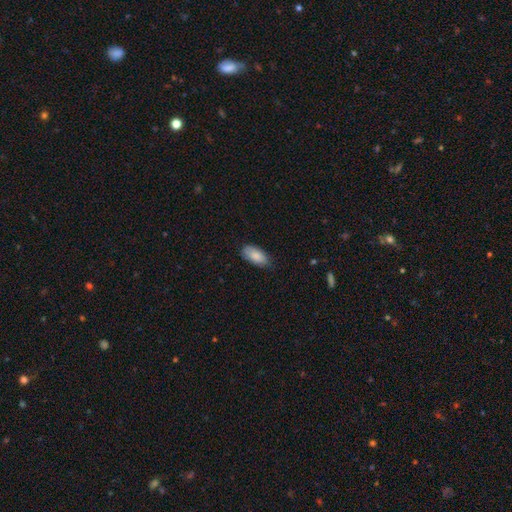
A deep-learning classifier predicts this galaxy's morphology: Smooth or featured? smooth (87%)
How rounded? in between (91%)
Merging? none (77%)